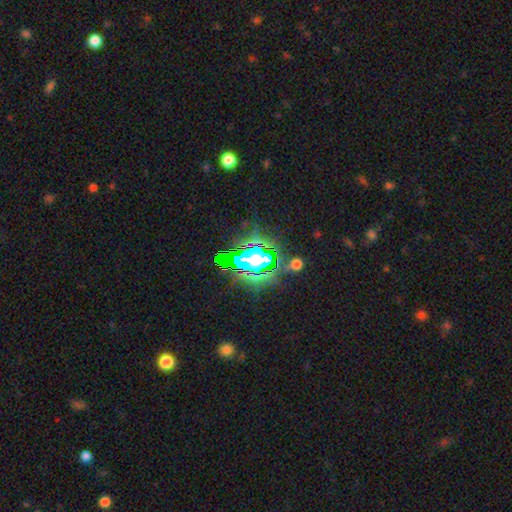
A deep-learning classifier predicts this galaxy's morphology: type=star or artifact (69%).